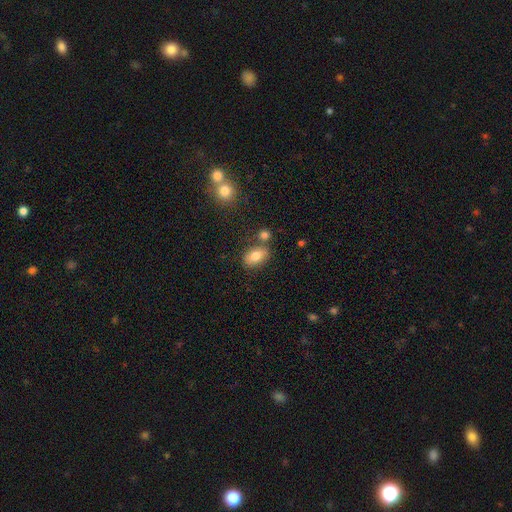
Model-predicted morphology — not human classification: Smooth or featured?
  - smooth: 78% *
  - featured or disk: 13%
  - star or artifact: 9%
How rounded?
  - in between: 87% *
  - round: 10%
  - cigar-shaped: 3%
Merging?
  - none: 70% *
  - merger: 14%
  - minor disturbance: 13%
  - major disturbance: 3%